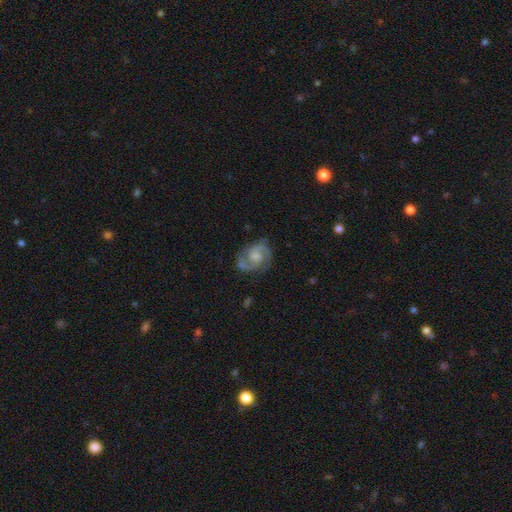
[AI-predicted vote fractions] Smooth or featured? Predicted: featured or disk (p=0.80). Edge-on disk? Predicted: no (p=0.98). Bar? Predicted: no (p=0.61). Spiral arms? Predicted: yes (p=0.94). Spiral winding? Predicted: medium (p=0.53). Spiral arm count? Predicted: 2 (p=0.85). Bulge size? Predicted: moderate (p=0.42). Merging? Predicted: none (p=0.69).